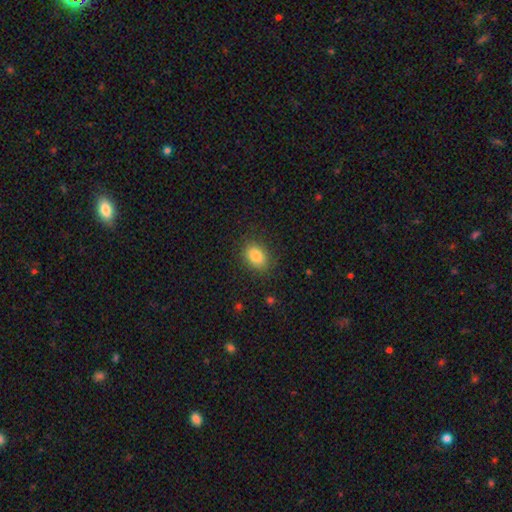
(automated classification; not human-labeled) A smooth galaxy with no disk features (86%) that is in between round and cigar-shaped (75%). Merging: none (85%).